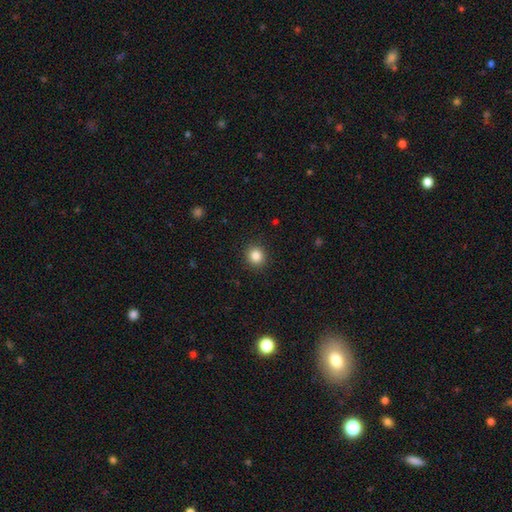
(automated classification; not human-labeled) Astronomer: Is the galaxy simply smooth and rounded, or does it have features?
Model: smooth — 84%.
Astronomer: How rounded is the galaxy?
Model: round — 89%.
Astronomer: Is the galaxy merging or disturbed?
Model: none — 91%.